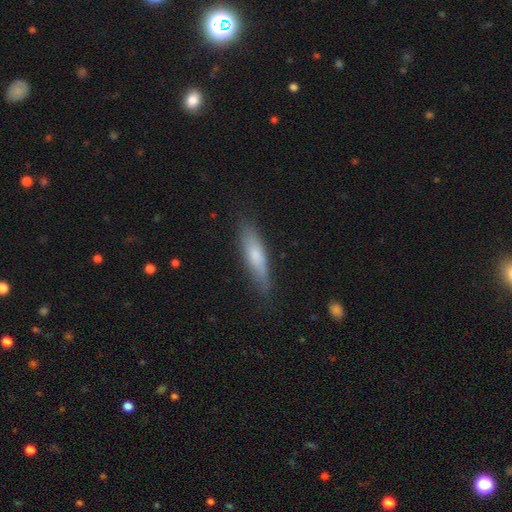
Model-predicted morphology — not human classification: Q: Smooth or featured?
A: smooth (68%); runner-up: featured or disk (25%)
Q: How rounded?
A: cigar-shaped (71%); runner-up: in between (27%)
Q: Merging?
A: none (77%); runner-up: minor disturbance (17%)